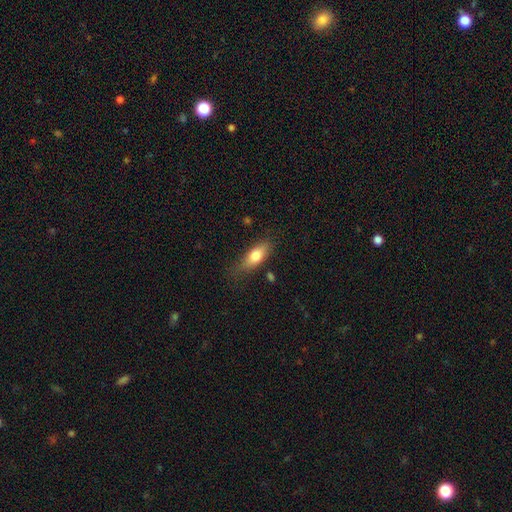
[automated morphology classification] The model was most divided on "merging": none: 72%, minor disturbance: 20%, major disturbance: 5%, merger: 2%. More confident: how rounded — in between (76%); smooth or featured — smooth (75%).